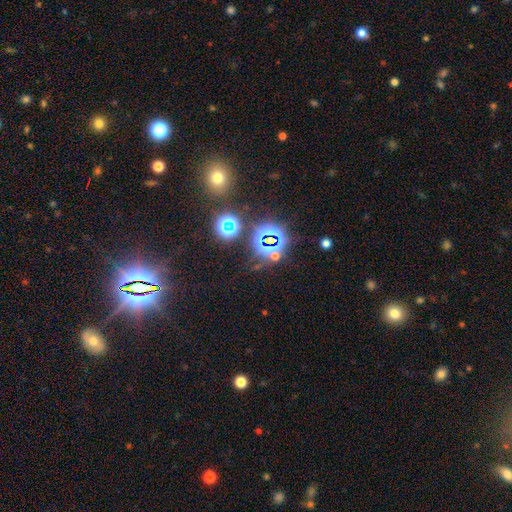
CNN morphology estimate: The model was most divided on "smooth or featured": star or artifact: 79%, smooth: 13%, featured or disk: 8%.